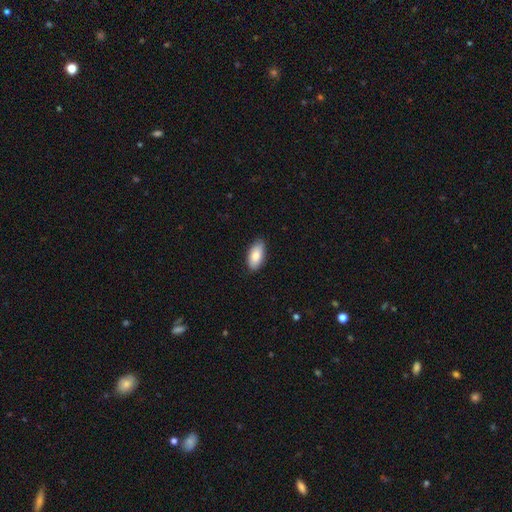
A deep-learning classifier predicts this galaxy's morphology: A smooth galaxy with no disk features (84%) that is in between round and cigar-shaped (92%). Merging: none (85%).